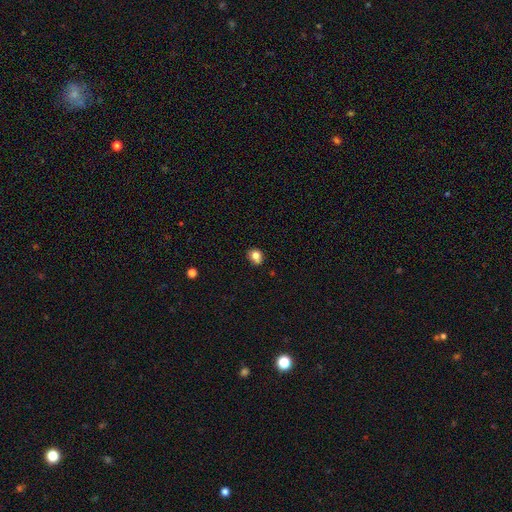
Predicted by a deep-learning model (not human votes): Smooth or featured?
  - smooth: 79% *
  - star or artifact: 11%
  - featured or disk: 9%
How rounded?
  - round: 65% *
  - in between: 34%
  - cigar-shaped: 1%
Merging?
  - none: 74% *
  - minor disturbance: 18%
  - merger: 4%
  - major disturbance: 3%